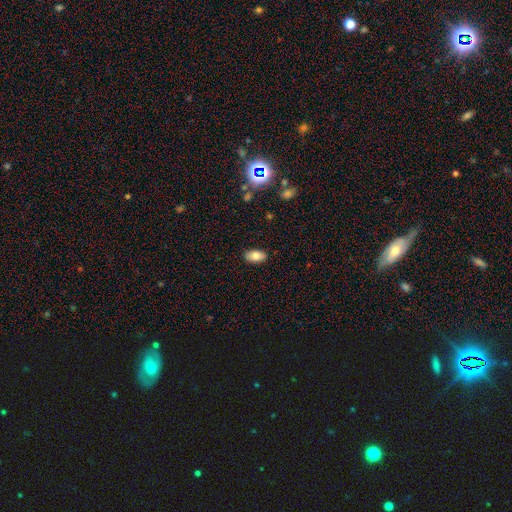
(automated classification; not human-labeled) Smooth or featured? smooth (81%)
How rounded? in between (93%)
Merging? none (88%)